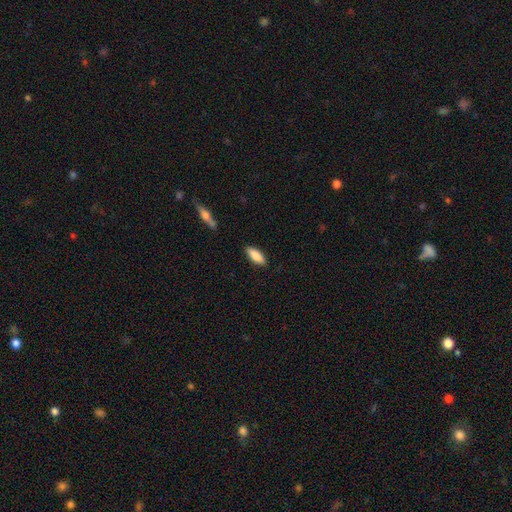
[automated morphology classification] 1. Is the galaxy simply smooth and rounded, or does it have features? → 84% smooth, 10% featured or disk, 6% star or artifact.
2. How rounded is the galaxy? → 70% in between, 28% cigar-shaped, 2% round.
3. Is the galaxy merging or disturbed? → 86% none, 10% minor disturbance, 2% major disturbance, 2% merger.